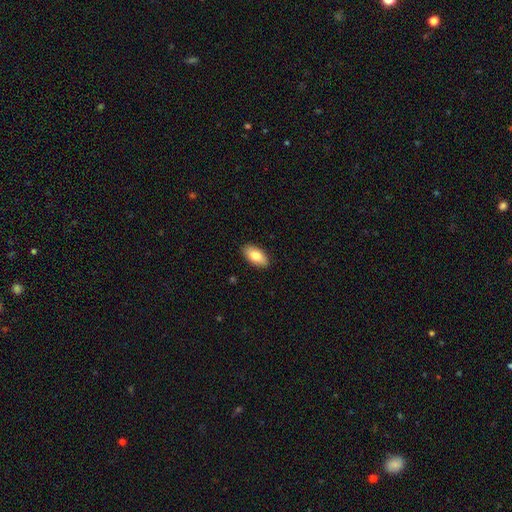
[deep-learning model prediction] Morphology: type=smooth (82%); roundness=in between (93%); merging=none (90%).